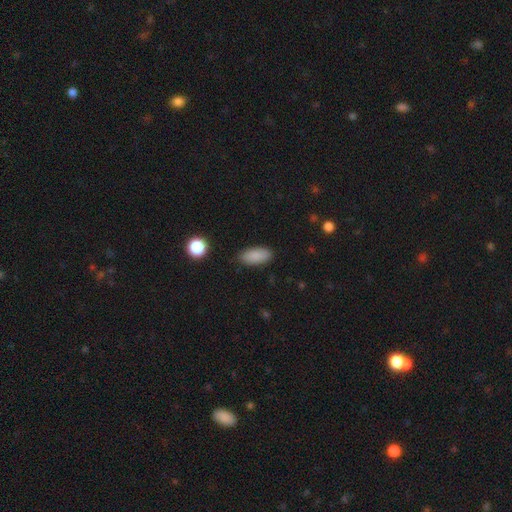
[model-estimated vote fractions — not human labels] Morphology: type=smooth (87%); roundness=in between (88%); merging=none (85%).